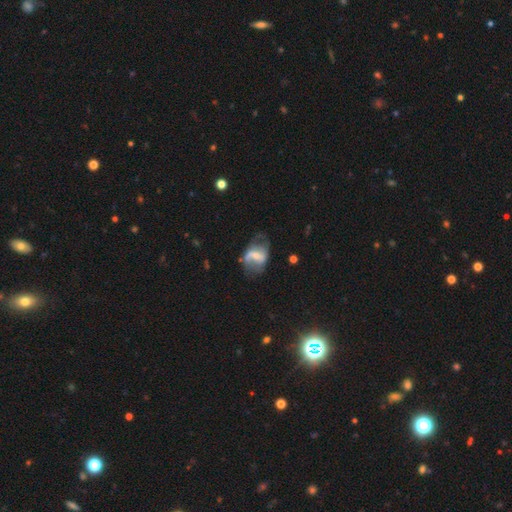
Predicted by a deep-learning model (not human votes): Morphology: type=featured or disk (68%); edge-on=no (96%); bar=weak (44%); spiral arms=yes (71%); bulge=small (46%); merging=none (47%).